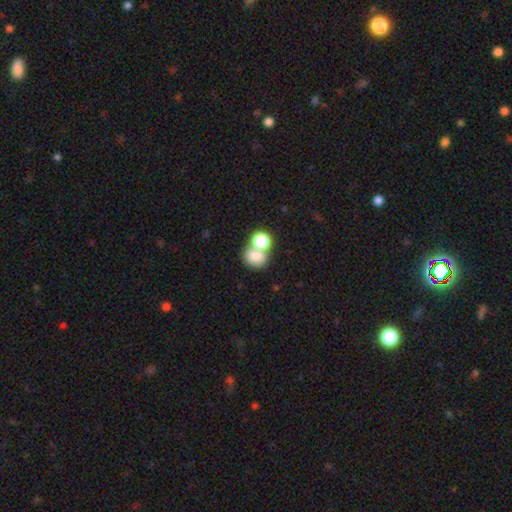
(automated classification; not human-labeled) Smooth or featured?
  - smooth: 76% *
  - star or artifact: 13%
  - featured or disk: 10%
How rounded?
  - round: 62% *
  - in between: 37%
  - cigar-shaped: 1%
Merging?
  - merger: 47% *
  - none: 41%
  - minor disturbance: 8%
  - major disturbance: 4%